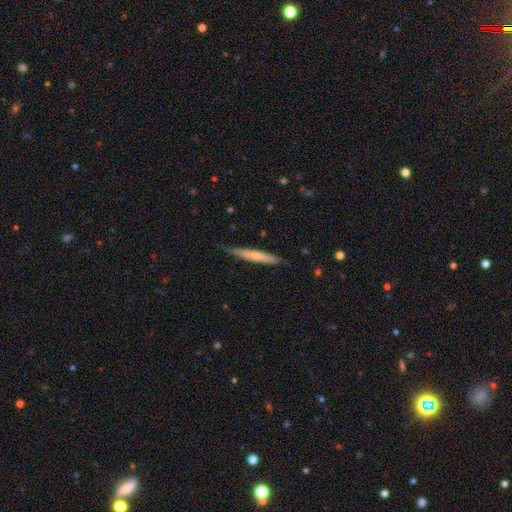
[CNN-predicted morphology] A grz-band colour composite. It shows a smooth galaxy with no disk features (55%) that is cigar-shaped (94%). Merging: none (77%).